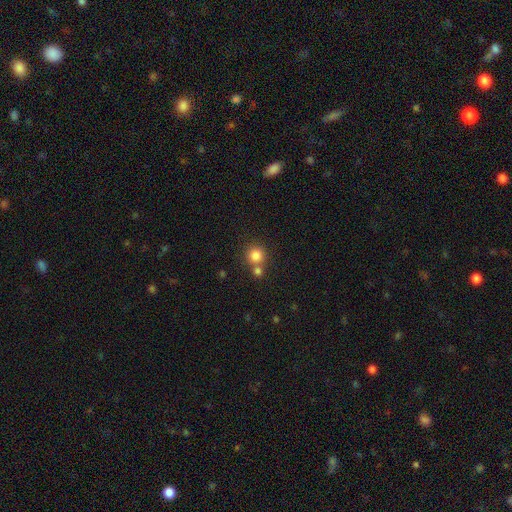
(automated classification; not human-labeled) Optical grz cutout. It shows a smooth galaxy with no disk features (83%) that is round (92%). Merging: none (62%).